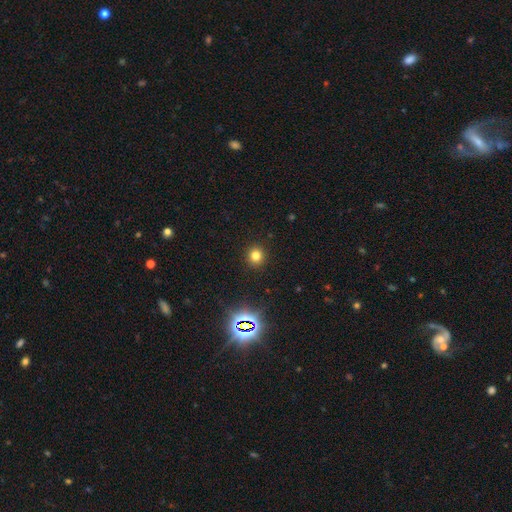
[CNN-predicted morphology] type=smooth (76%); roundness=round (89%); merging=none (92%).